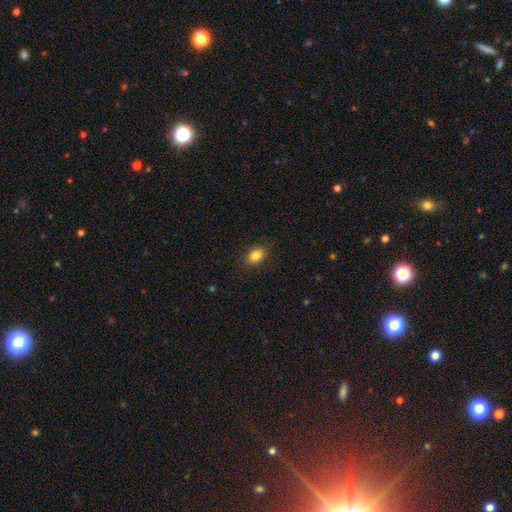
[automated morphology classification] A smooth galaxy with no disk features (85%) that is in between round and cigar-shaped (82%).

Vote fractions:
- Smooth or featured? smooth: 85% / star or artifact: 9% / featured or disk: 6%
- How rounded? in between: 82% / round: 16% / cigar-shaped: 1%
- Merging? none: 88% / minor disturbance: 9% / major disturbance: 3% / merger: 1%